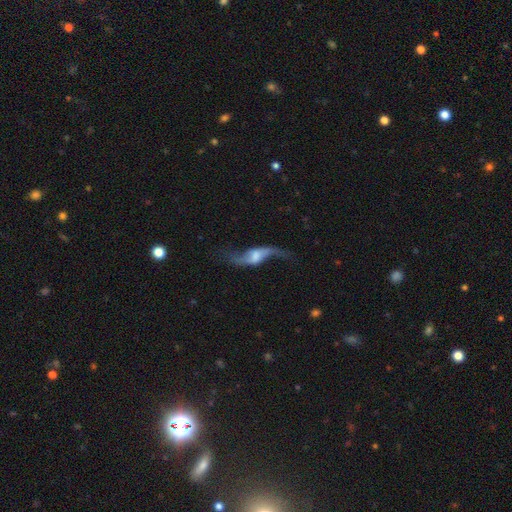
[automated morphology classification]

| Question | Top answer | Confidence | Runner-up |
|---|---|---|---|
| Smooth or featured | featured or disk | 84% | smooth (10%) |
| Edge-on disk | no | 86% | yes (14%) |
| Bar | weak | 43% | no (36%) |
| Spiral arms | yes | 94% | no (6%) |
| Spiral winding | loose | 93% | medium (5%) |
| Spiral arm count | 2 | 93% | 1 (2%) |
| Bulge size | moderate | 35% | small (26%) |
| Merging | none | 67% | minor disturbance (16%) |